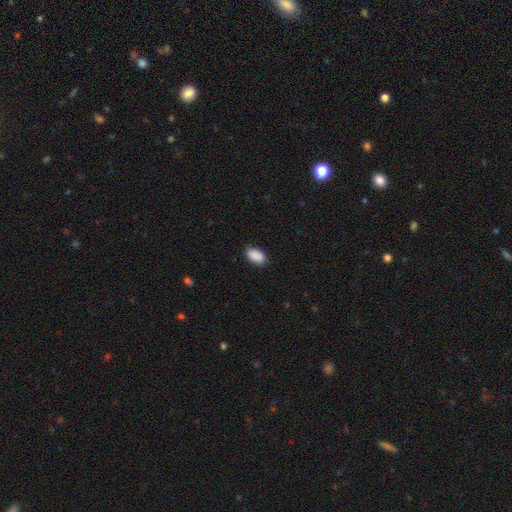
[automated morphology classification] smooth 91%, star or artifact 6%, featured or disk 3%. Down the decision tree: how rounded — in between (93%); merging — none (87%).